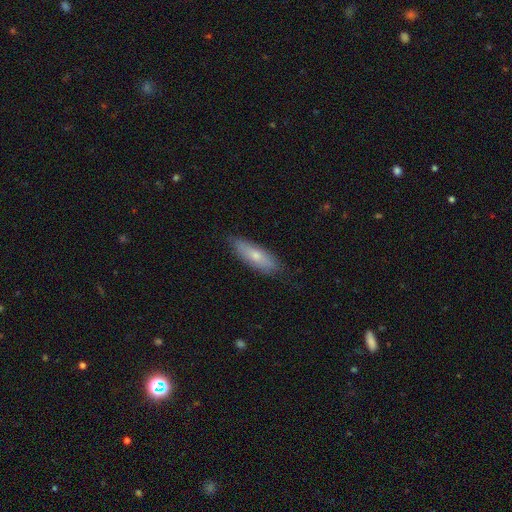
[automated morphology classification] Overall: smooth (67%; featured or disk 27%). How rounded: in between (54%; cigar-shaped 44%). Merging: none (81%).